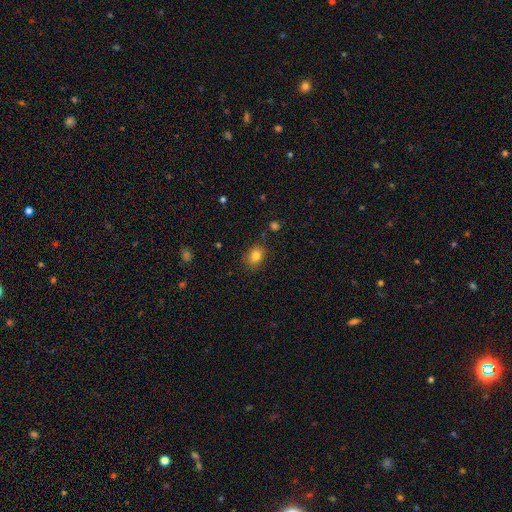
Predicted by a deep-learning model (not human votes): smooth_or_featured: smooth (p=0.82) [alt: star or artifact p=0.11]
how_rounded: in between (p=0.66) [alt: round p=0.33]
merging: none (p=0.83) [alt: minor disturbance p=0.12]